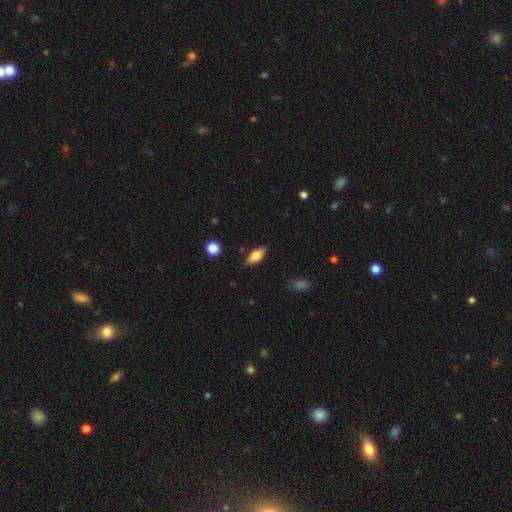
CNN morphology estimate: smooth_or_featured: smooth (p=0.76) [alt: featured or disk p=0.17]
how_rounded: in between (p=0.84) [alt: cigar-shaped p=0.13]
merging: none (p=0.85) [alt: minor disturbance p=0.11]